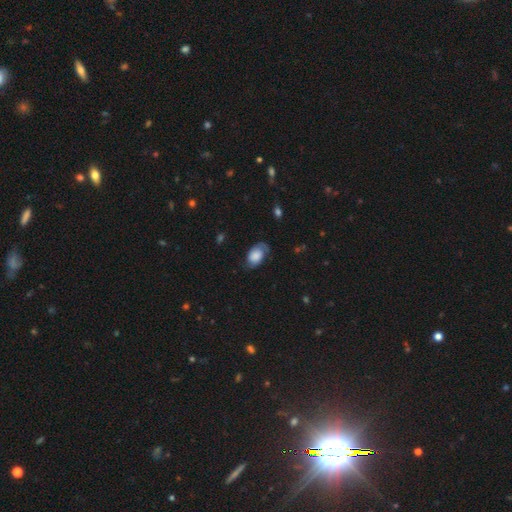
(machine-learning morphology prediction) Smooth or featured: smooth — 50% (featured or disk — 42%)
Merging: none — 59% (minor disturbance — 27%)